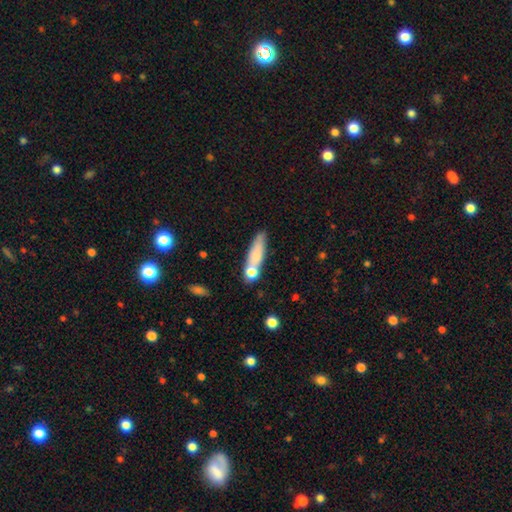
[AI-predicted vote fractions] Morphology: type=smooth (71%); roundness=cigar-shaped (64%); merging=none (58%).